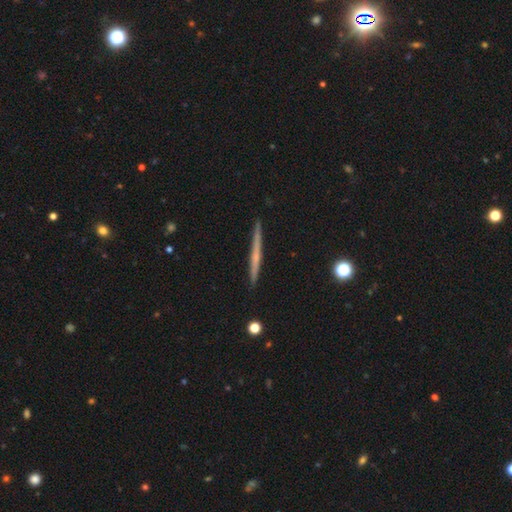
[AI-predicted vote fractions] A featured or disk galaxy (58%) viewed edge-on (98%) with no central bulge (68%).

Vote fractions:
- Smooth or featured? featured or disk: 58% / smooth: 36% / star or artifact: 6%
- Edge-on disk? yes: 98% / no: 2%
- Edge-on bulge? none: 68% / rounded: 26% / boxy: 5%
- Merging? none: 92% / minor disturbance: 6% / major disturbance: 1% / merger: 1%